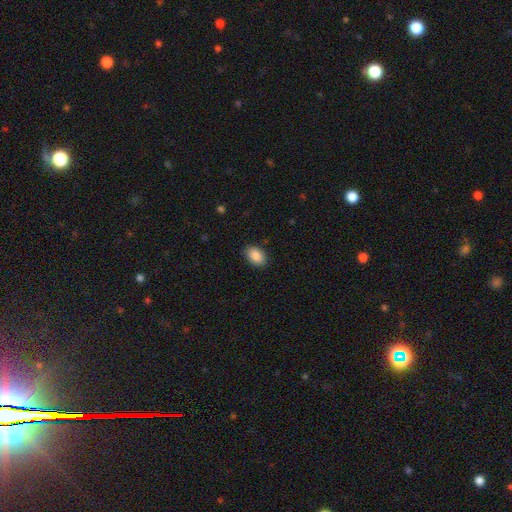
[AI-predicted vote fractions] smooth-or-featured: smooth: 89% | star or artifact: 7% | featured or disk: 4%
  how-rounded: in between: 88% | round: 11% | cigar-shaped: 1%
  merging: none: 87% | minor disturbance: 10% | major disturbance: 2% | merger: 1%